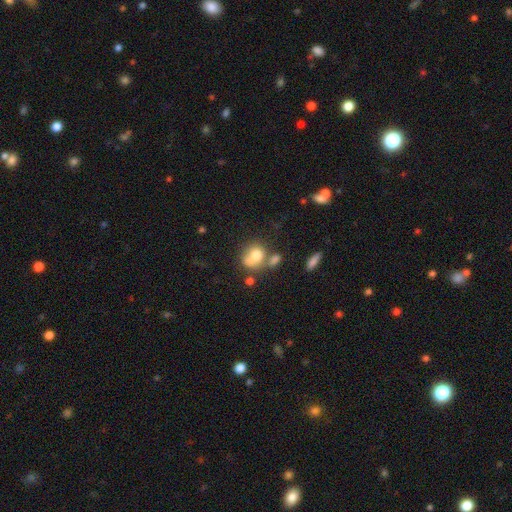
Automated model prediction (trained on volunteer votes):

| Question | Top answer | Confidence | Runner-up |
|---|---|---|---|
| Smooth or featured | smooth | 72% | featured or disk (18%) |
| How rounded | round | 66% | in between (32%) |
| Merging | merger | 40% | none (33%) |